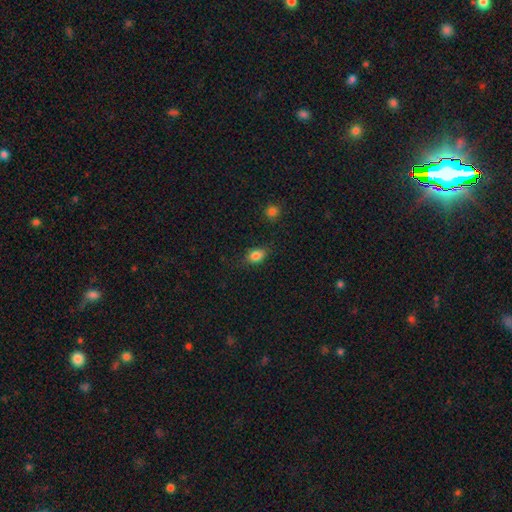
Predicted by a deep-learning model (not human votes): This is clearly a smooth galaxy (84%). How rounded: likely in between (74%). Merging: clearly none (80%).